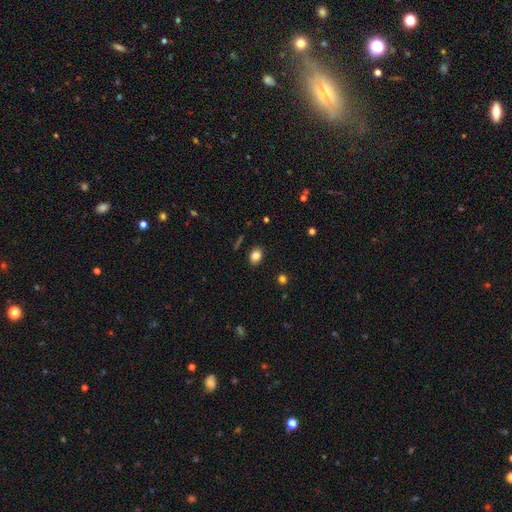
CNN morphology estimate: A smooth galaxy with no disk features (84%) that is in between round and cigar-shaped (63%). Merging: none (87%).